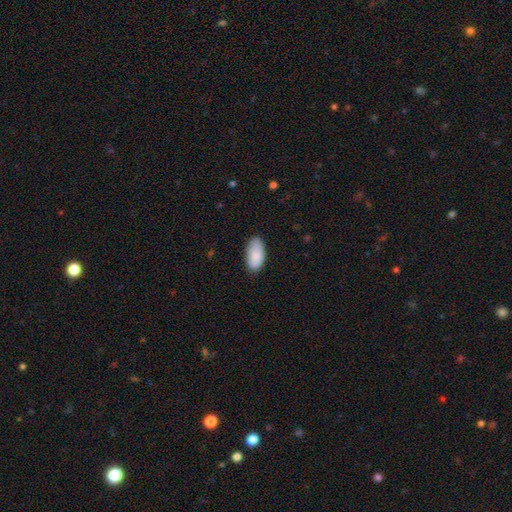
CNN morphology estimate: Q: Smooth or featured?
A: smooth (88%); runner-up: star or artifact (6%)
Q: How rounded?
A: in between (94%); runner-up: cigar-shaped (4%)
Q: Merging?
A: none (82%); runner-up: minor disturbance (15%)